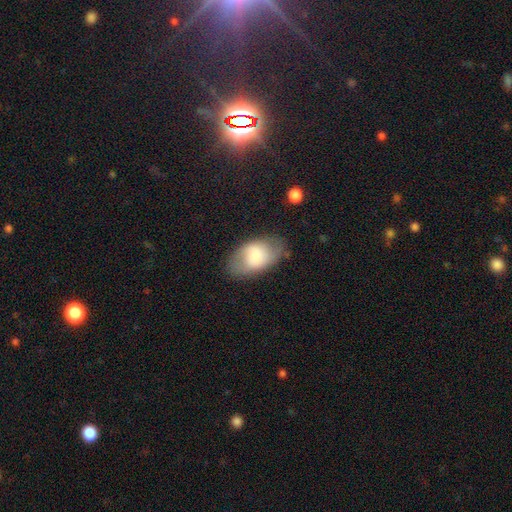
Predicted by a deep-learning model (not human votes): Smooth or featured: smooth — 68% (featured or disk — 25%)
How rounded: in between — 92% (round — 6%)
Merging: none — 69% (minor disturbance — 21%)